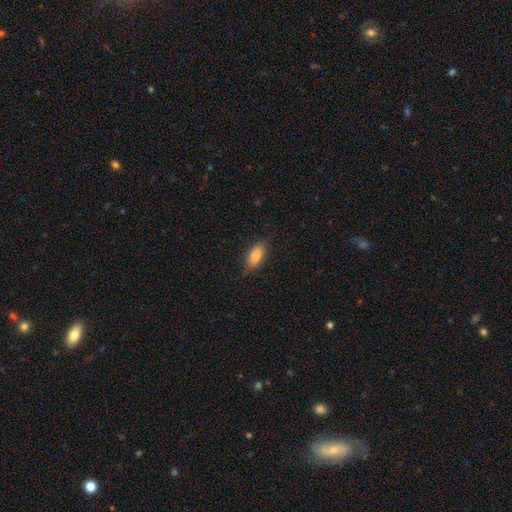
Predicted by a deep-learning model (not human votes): Morphology: type=smooth (82%); roundness=in between (86%); merging=none (81%).